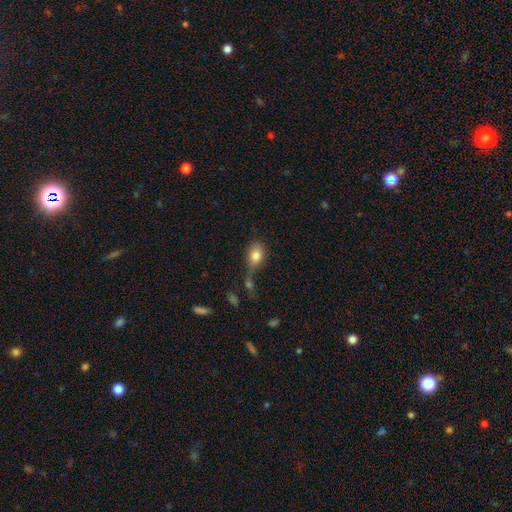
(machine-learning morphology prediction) Overall: smooth (81%). How rounded: in between (74%). Merging: none (37%; merger 26%).